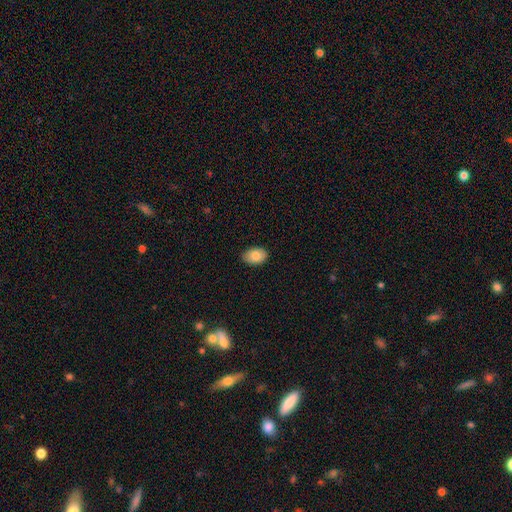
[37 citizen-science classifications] Smooth or featured: smooth — 89% (featured or disk — 5%)
How rounded: in between — 76% (round — 21%)
Merging: none — 86% (minor disturbance — 14%)